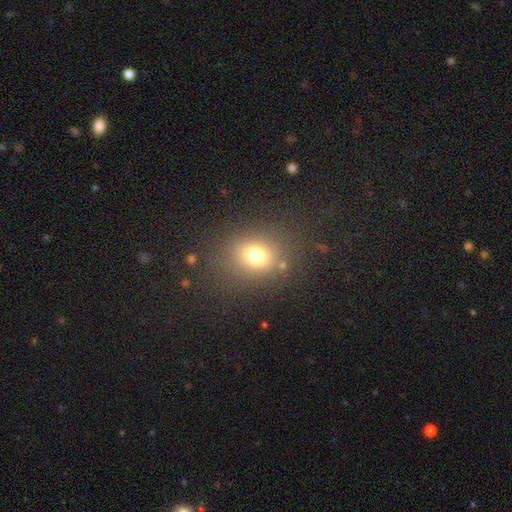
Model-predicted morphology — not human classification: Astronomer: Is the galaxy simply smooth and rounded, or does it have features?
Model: smooth — 73%.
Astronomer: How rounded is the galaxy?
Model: round — 60% (runner-up: in between, 39%).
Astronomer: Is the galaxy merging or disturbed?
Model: none — 80%.